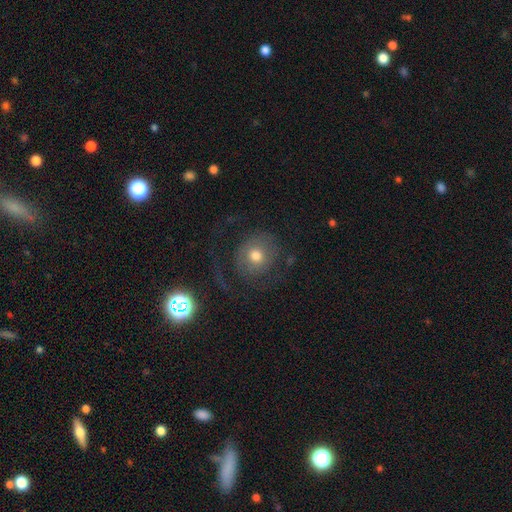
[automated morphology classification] A smooth galaxy with no disk features (50%). Merging: none (55%).